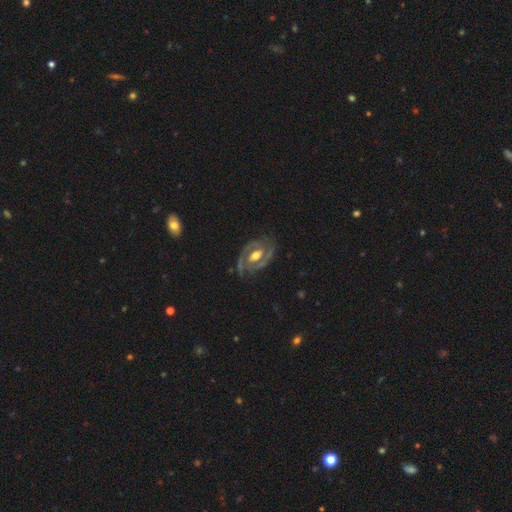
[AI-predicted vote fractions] smooth-or-featured: featured or disk: 90% | smooth: 6% | star or artifact: 4%
  disk-edge-on: no: 97% | yes: 3%
    bar: weak: 43% | no: 28% | strong: 28%
    has-spiral-arms: yes: 96% | no: 4%
      spiral-winding: tight: 49% | medium: 43% | loose: 8%
      spiral-arm-count: 2: 90% | can't tell: 3% | 3: 3% | 1: 2% | 4: 1% | more than 4: 1%
    bulge-size: moderate: 71% | large: 14% | small: 12% | none: 1% | dominant: 1%
  merging: none: 76% | minor disturbance: 16% | major disturbance: 6% | merger: 2%